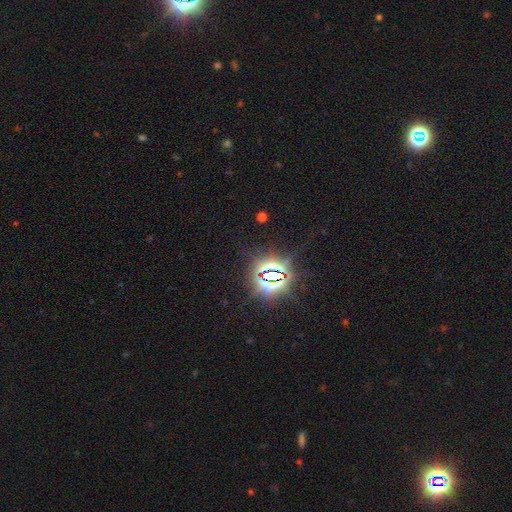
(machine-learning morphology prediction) Smooth or featured? Predicted: star or artifact (p=0.84).